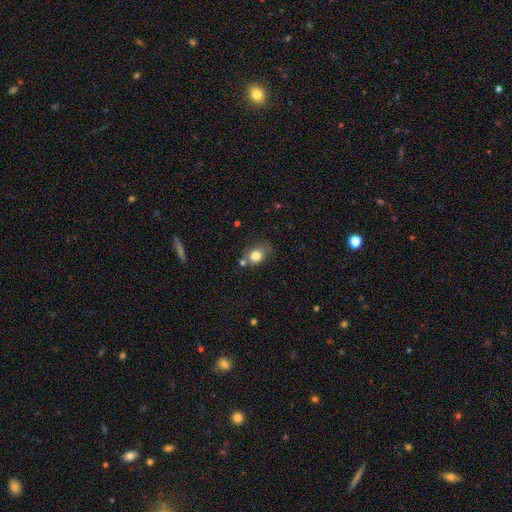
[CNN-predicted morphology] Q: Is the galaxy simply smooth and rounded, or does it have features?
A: smooth — 79%.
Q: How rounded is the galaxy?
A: in between — 50%.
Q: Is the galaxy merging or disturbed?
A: none — 52%.